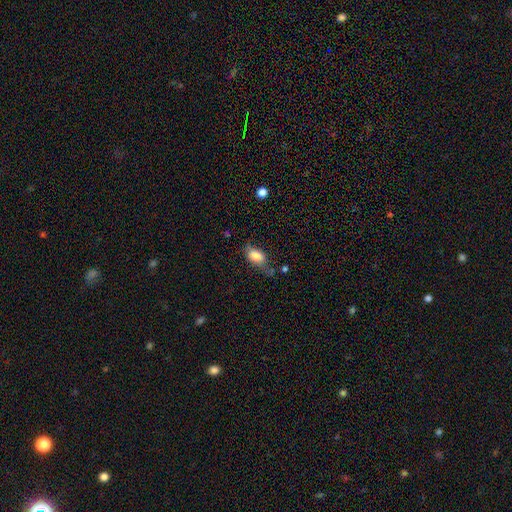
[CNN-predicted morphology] A smooth galaxy with no disk features (79%) that is in between round and cigar-shaped (88%).

Vote fractions:
- Smooth or featured? smooth: 79% / featured or disk: 13% / star or artifact: 8%
- How rounded? in between: 88% / round: 8% / cigar-shaped: 4%
- Merging? none: 45% / minor disturbance: 32% / major disturbance: 17% / merger: 6%